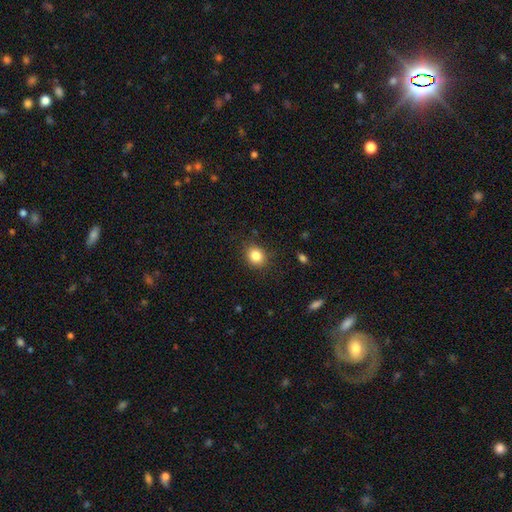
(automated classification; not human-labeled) Smooth or featured? Predicted: smooth (p=0.84). How rounded? Predicted: round (p=0.66). Merging? Predicted: none (p=0.86).